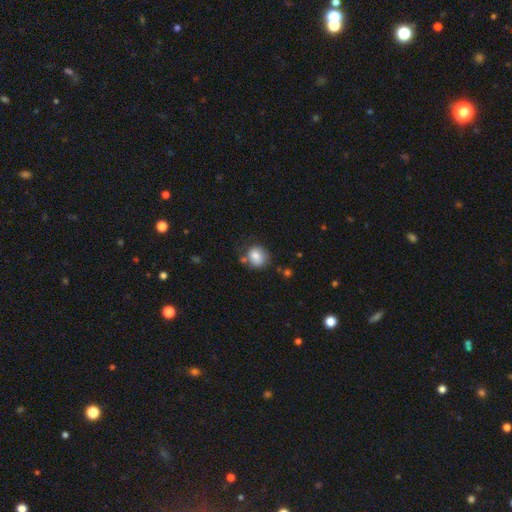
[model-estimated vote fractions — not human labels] A smooth galaxy with no disk features (78%) that is round (72%).

Vote fractions:
- Smooth or featured? smooth: 78% / featured or disk: 13% / star or artifact: 9%
- How rounded? round: 72% / in between: 27% / cigar-shaped: 1%
- Merging? none: 62% / minor disturbance: 21% / merger: 9% / major disturbance: 7%